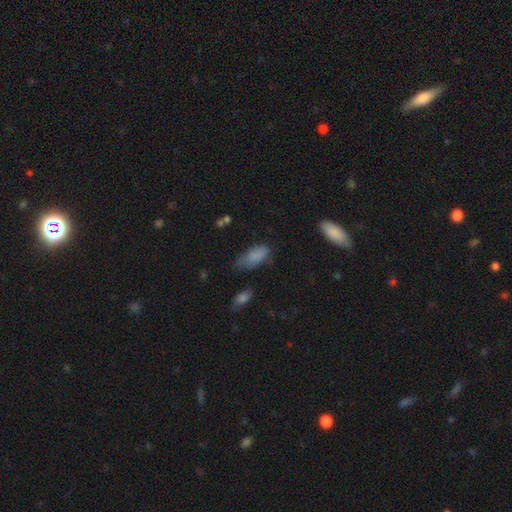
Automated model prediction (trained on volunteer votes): Overall: smooth (83%). How rounded: in between (85%). Merging: none (48%; minor disturbance 37%).